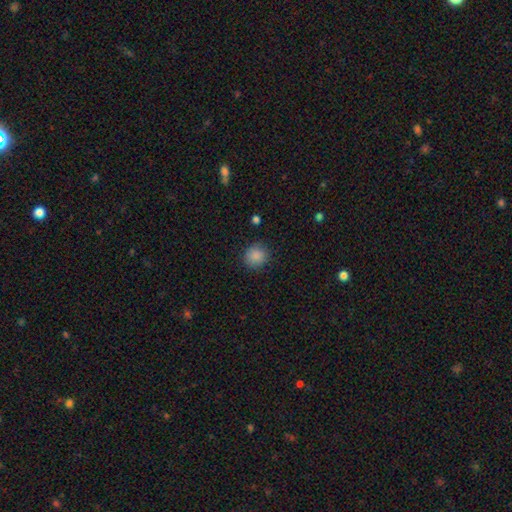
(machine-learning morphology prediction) This is clearly a smooth galaxy (87%). How rounded: clearly round (89%). Merging: clearly none (87%).